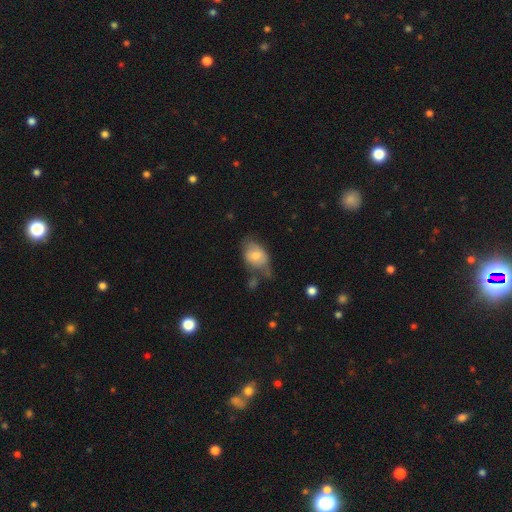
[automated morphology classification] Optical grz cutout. It shows a smooth galaxy with no disk features (67%) that is in between round and cigar-shaped (80%). Merging: none (39%).